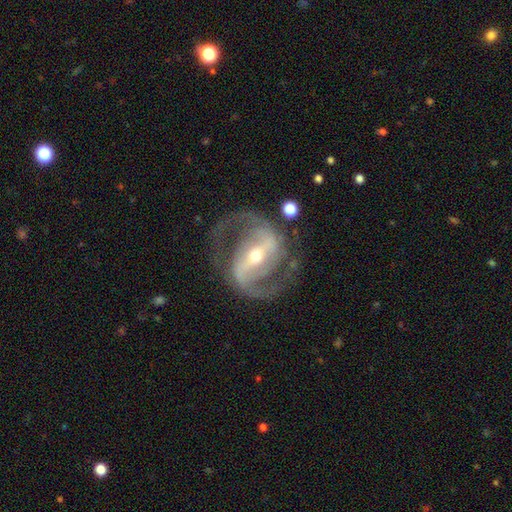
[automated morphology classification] smooth_or_featured: featured or disk (p=0.92) [alt: star or artifact p=0.05]
disk_edge_on: no (p=0.97) [alt: yes p=0.03]
bar: strong (p=0.65) [alt: weak p=0.25]
has_spiral_arms: yes (p=0.97) [alt: no p=0.03]
spiral_winding: medium (p=0.62) [alt: tight p=0.20]
spiral_arm_count: 2 (p=0.93) [alt: can't tell p=0.02]
bulge_size: small (p=0.51) [alt: moderate p=0.45]
merging: none (p=0.78) [alt: minor disturbance p=0.12]